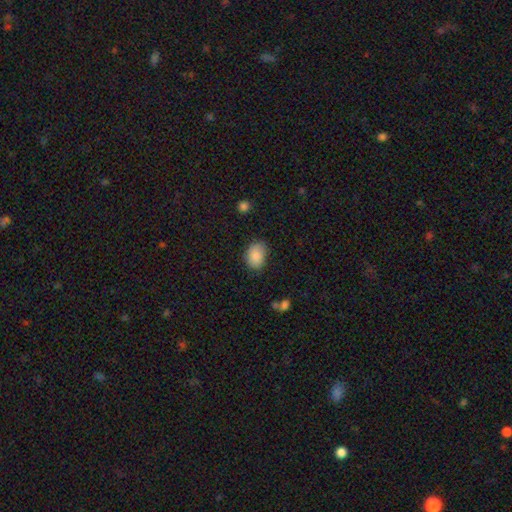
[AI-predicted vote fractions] smooth-or-featured: smooth: 86% | star or artifact: 8% | featured or disk: 6%
  how-rounded: in between: 74% | round: 25% | cigar-shaped: 1%
  merging: none: 78% | minor disturbance: 17% | major disturbance: 4% | merger: 2%